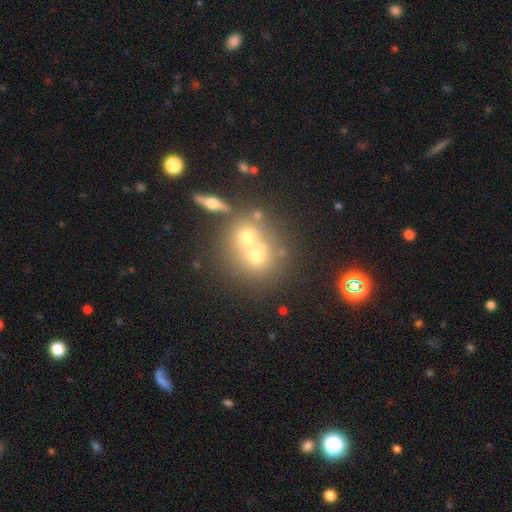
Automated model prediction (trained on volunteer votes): Smooth or featured? smooth (56%)
How rounded? round (80%)
Merging? merger (53%)